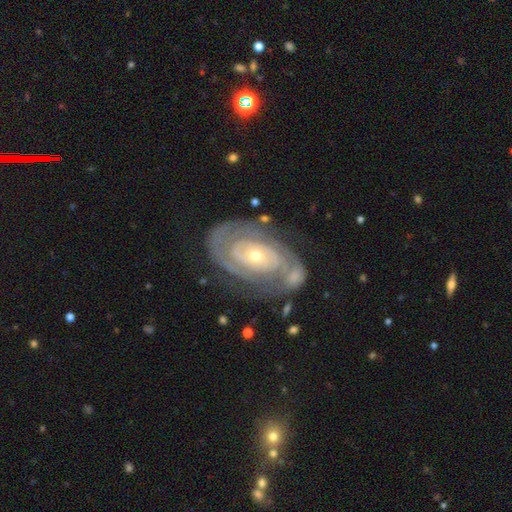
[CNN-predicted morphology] Q: Smooth or featured?
A: featured or disk (87%); runner-up: smooth (8%)
Q: Edge-on disk?
A: no (96%); runner-up: yes (4%)
Q: Bar?
A: no (72%); runner-up: weak (19%)
Q: Spiral arms?
A: yes (93%); runner-up: no (7%)
Q: Spiral winding?
A: tight (76%); runner-up: medium (19%)
Q: Spiral arm count?
A: 2 (53%); runner-up: can't tell (24%)
Q: Bulge size?
A: small (65%); runner-up: moderate (32%)
Q: Merging?
A: none (65%); runner-up: minor disturbance (18%)